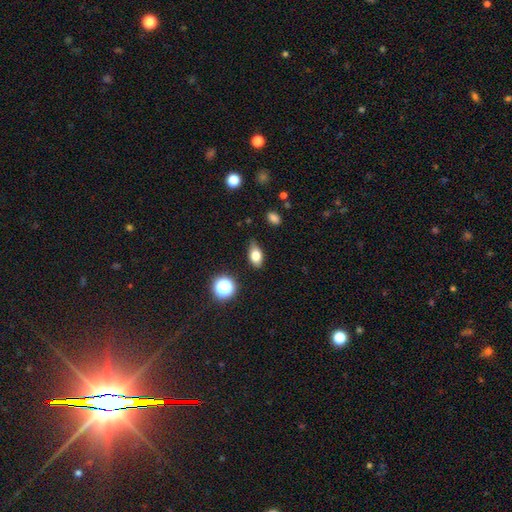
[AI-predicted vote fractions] Smooth or featured? smooth (77%)
How rounded? in between (82%)
Merging? none (75%)